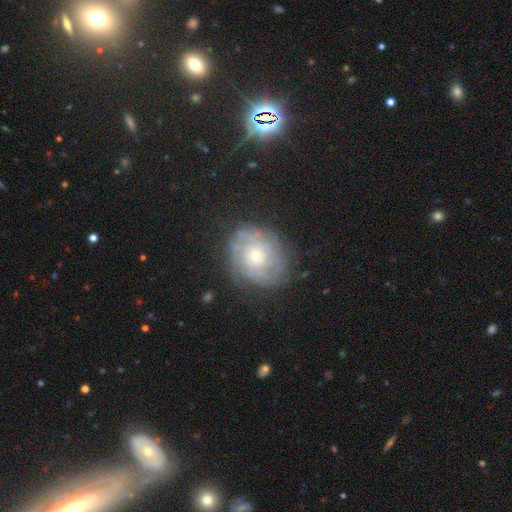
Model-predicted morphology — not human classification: Smooth or featured?
  - featured or disk: 75% *
  - smooth: 17%
  - star or artifact: 8%
Edge-on disk?
  - no: 97% *
  - yes: 3%
Bar?
  - no: 84% *
  - weak: 13%
  - strong: 3%
Spiral arms?
  - yes: 87% *
  - no: 13%
Spiral winding?
  - tight: 72% *
  - medium: 21%
  - loose: 7%
Spiral arm count?
  - can't tell: 50% *
  - 2: 16%
  - 3: 12%
  - 4: 10%
  - more than 4: 7%
  - 1: 5%
Bulge size?
  - small: 63% *
  - moderate: 32%
  - large: 3%
  - none: 1%
  - dominant: 1%
Merging?
  - none: 75% *
  - minor disturbance: 16%
  - major disturbance: 7%
  - merger: 1%